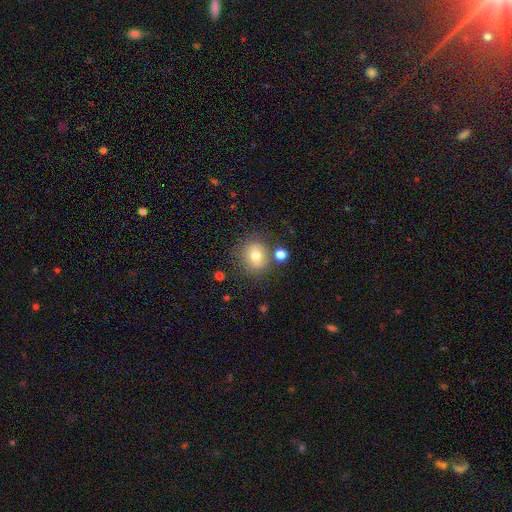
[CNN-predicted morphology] A smooth galaxy with no disk features (73%) that is round (78%). Merging: none (71%).